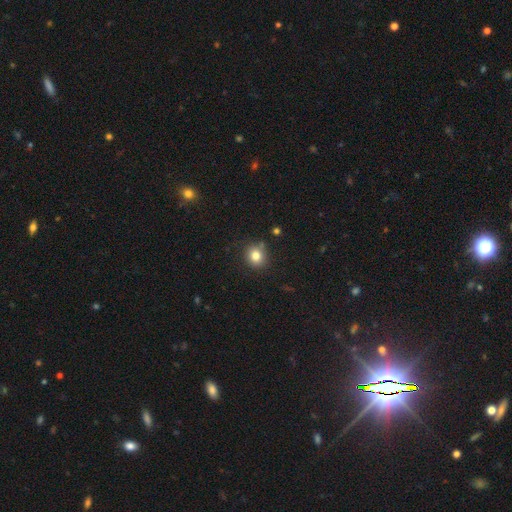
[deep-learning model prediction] Overall: smooth (81%). How rounded: round (82%). Merging: none (82%).